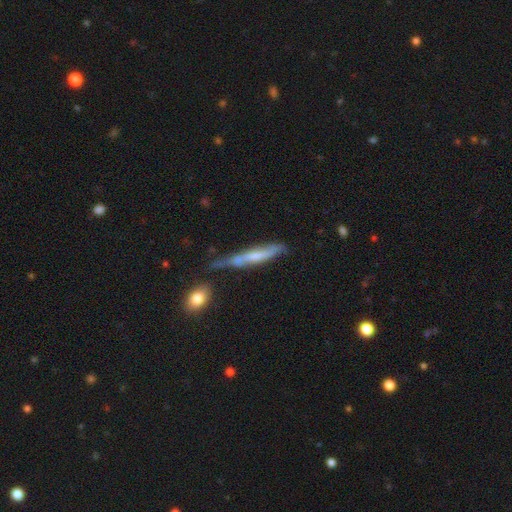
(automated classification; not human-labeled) This is possibly a featured or disk galaxy (49%). Merging: possibly none (48%).